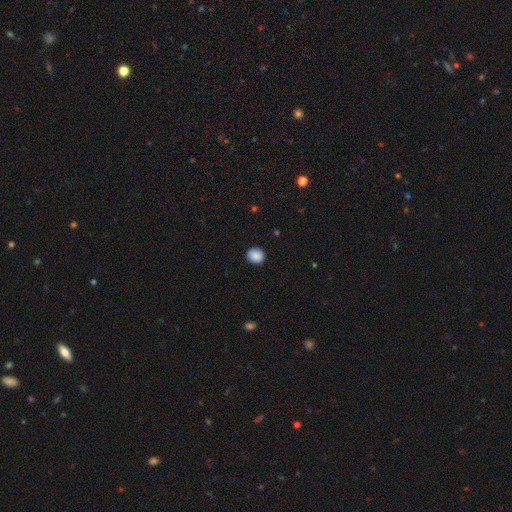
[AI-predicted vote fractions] Smooth or featured? smooth (89%)
How rounded? round (78%)
Merging? none (90%)